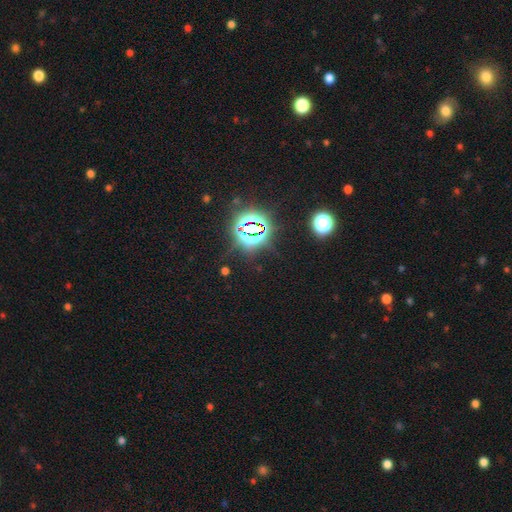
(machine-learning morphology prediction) Q: Smooth or featured?
A: star or artifact (83%); runner-up: smooth (11%)